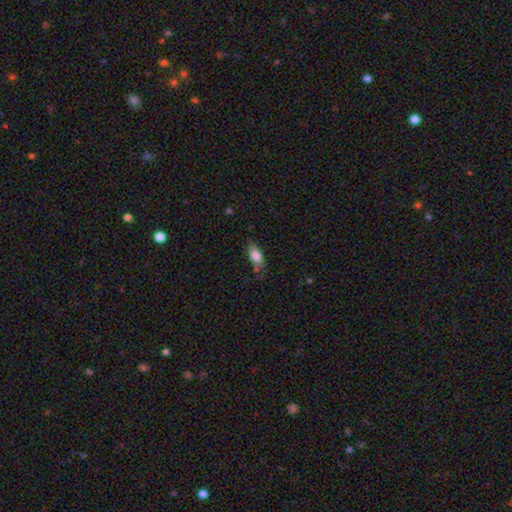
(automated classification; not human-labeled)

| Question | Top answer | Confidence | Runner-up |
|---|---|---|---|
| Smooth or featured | smooth | 81% | featured or disk (12%) |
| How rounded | in between | 85% | cigar-shaped (11%) |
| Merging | none | 66% | minor disturbance (24%) |